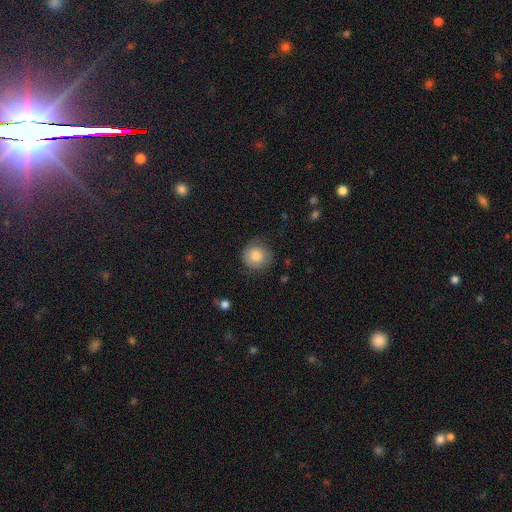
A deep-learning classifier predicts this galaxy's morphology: This is likely a smooth galaxy (80%). How rounded: clearly round (90%). Merging: likely none (71%).